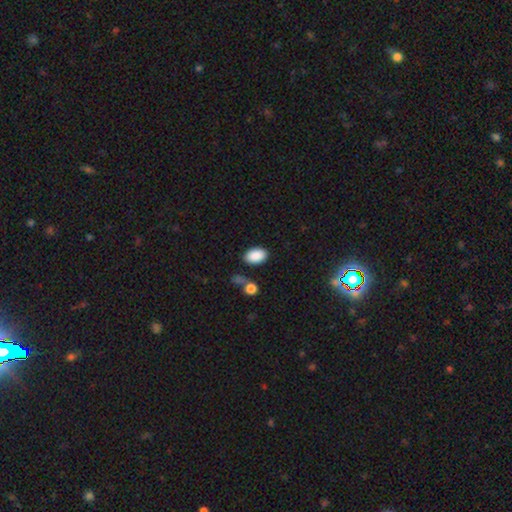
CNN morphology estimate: type=smooth (89%); roundness=in between (90%); merging=none (81%).